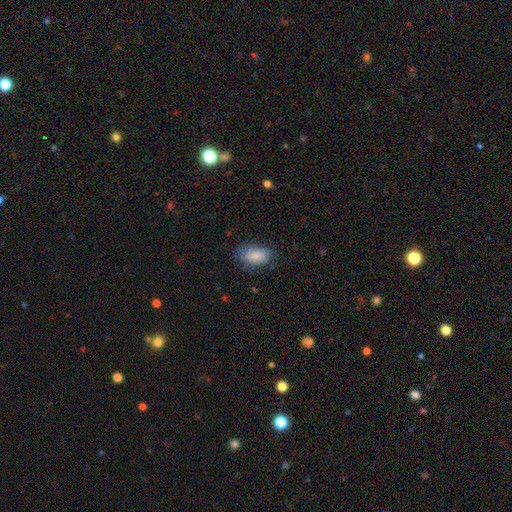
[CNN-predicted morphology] Smooth or featured? smooth (84%)
How rounded? in between (92%)
Merging? none (69%)